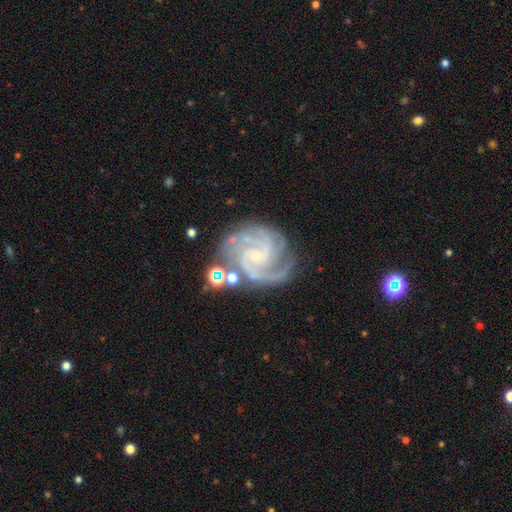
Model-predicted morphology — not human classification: This appears to be a featured or disk galaxy (92%) with no bar (57%), 3 (41%) tight (56%) spiral arms (99%) and a small central bulge (81%). Merging: none (71%).